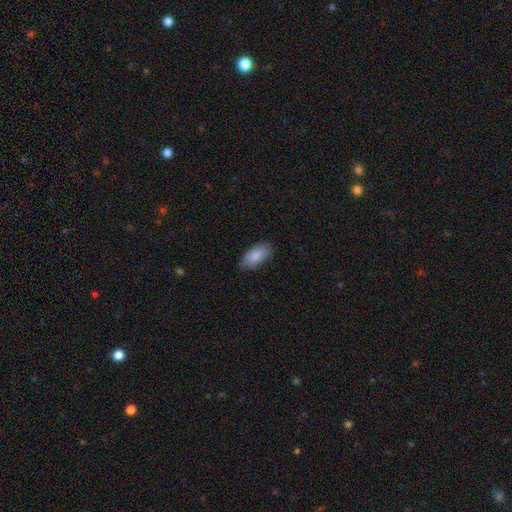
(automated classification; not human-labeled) Smooth or featured?
  - smooth: 85% *
  - featured or disk: 9%
  - star or artifact: 6%
How rounded?
  - in between: 91% *
  - cigar-shaped: 7%
  - round: 2%
Merging?
  - none: 79% *
  - minor disturbance: 17%
  - major disturbance: 3%
  - merger: 1%